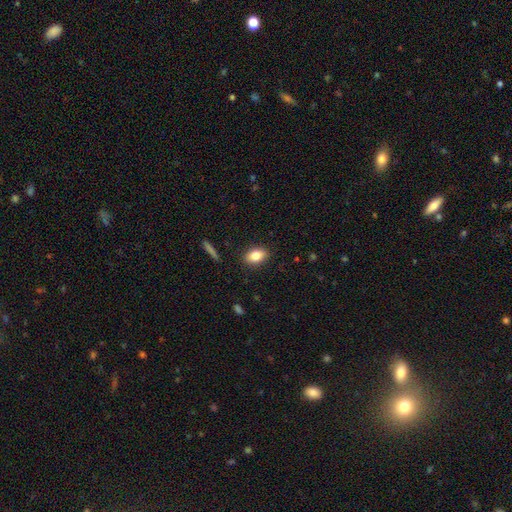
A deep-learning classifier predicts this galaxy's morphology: type=smooth (81%); roundness=in between (84%); merging=none (88%).